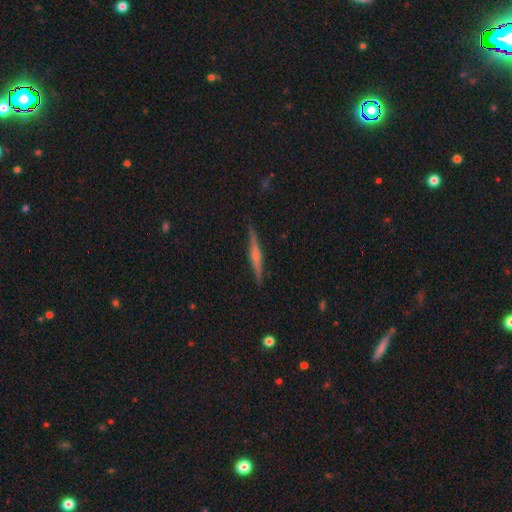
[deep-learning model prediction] The model was most divided on "edge-on bulge": rounded: 61%, none: 21%, boxy: 18%. More confident: edge-on disk — yes (98%); merging — none (90%); smooth or featured — featured or disk (68%).